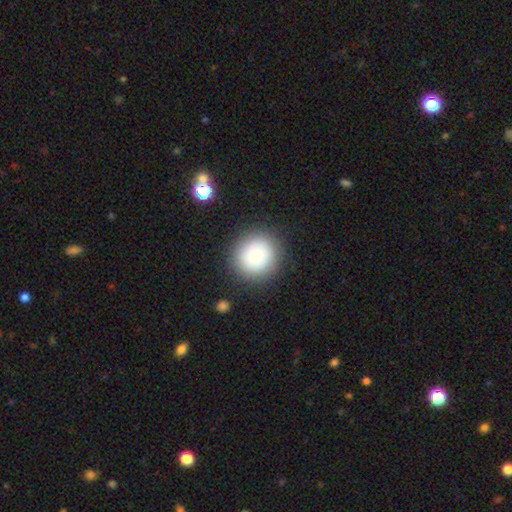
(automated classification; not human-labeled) smooth 80%, featured or disk 11%, star or artifact 9%. Down the decision tree: how rounded — round (93%); merging — none (86%).